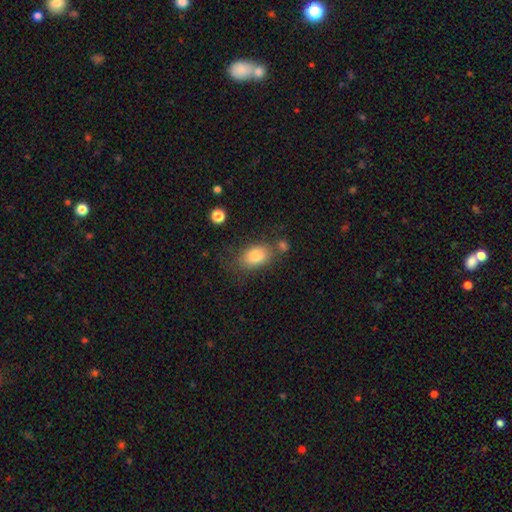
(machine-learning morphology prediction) This appears to be a smooth galaxy with no disk features (82%) that is in between round and cigar-shaped (83%). Merging: none (65%).